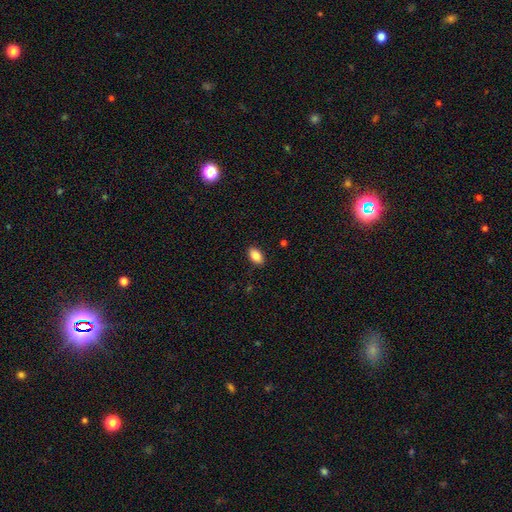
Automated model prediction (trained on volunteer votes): Smooth or featured: smooth — 88% (star or artifact — 8%)
How rounded: in between — 92% (round — 5%)
Merging: none — 89% (minor disturbance — 8%)